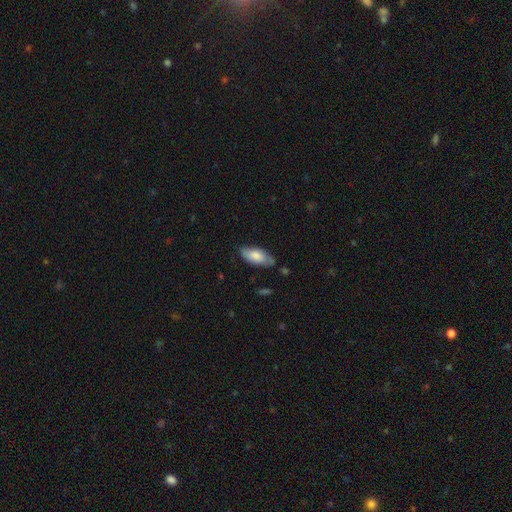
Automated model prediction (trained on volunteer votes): Q: Smooth or featured?
A: smooth (75%); runner-up: featured or disk (19%)
Q: How rounded?
A: in between (88%); runner-up: cigar-shaped (10%)
Q: Merging?
A: none (67%); runner-up: minor disturbance (25%)